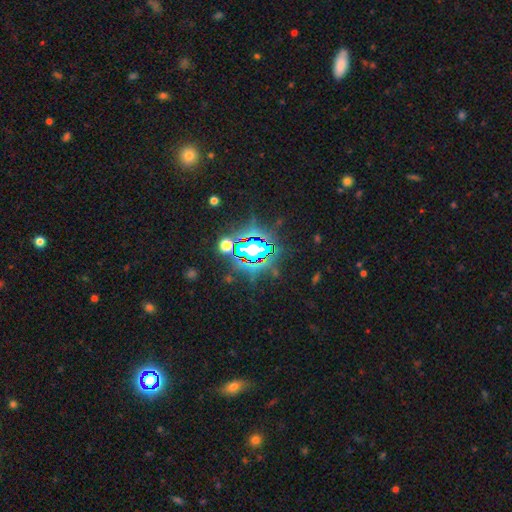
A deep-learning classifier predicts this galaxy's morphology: Overall: star or artifact (76%).